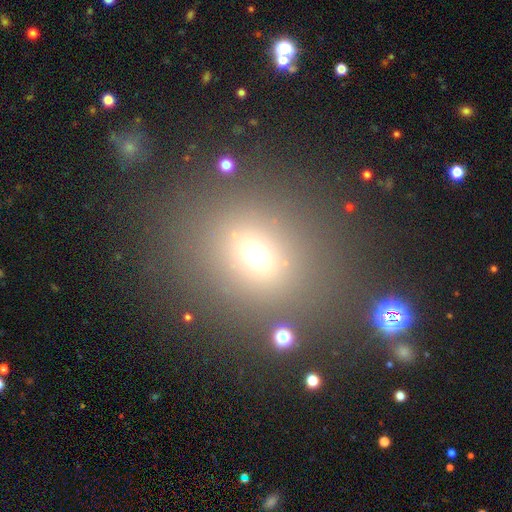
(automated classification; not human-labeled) smooth-or-featured: smooth: 62% | star or artifact: 27% | featured or disk: 12%
  how-rounded: round: 69% | in between: 30% | cigar-shaped: 2%
  merging: none: 82% | minor disturbance: 9% | major disturbance: 5% | merger: 4%